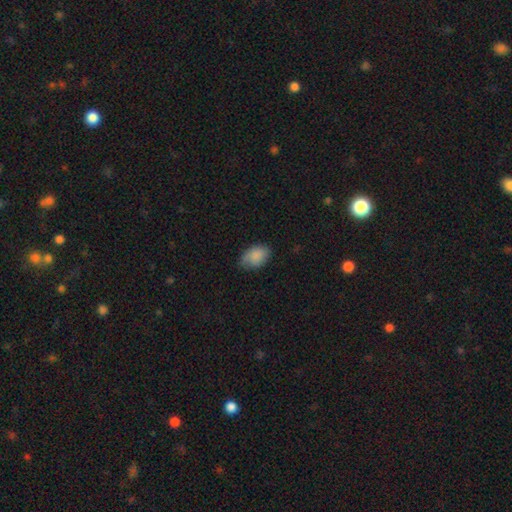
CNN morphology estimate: The model was most divided on "merging": none: 66%, minor disturbance: 28%, major disturbance: 5%, merger: 1%. More confident: how rounded — in between (88%); smooth or featured — smooth (84%).